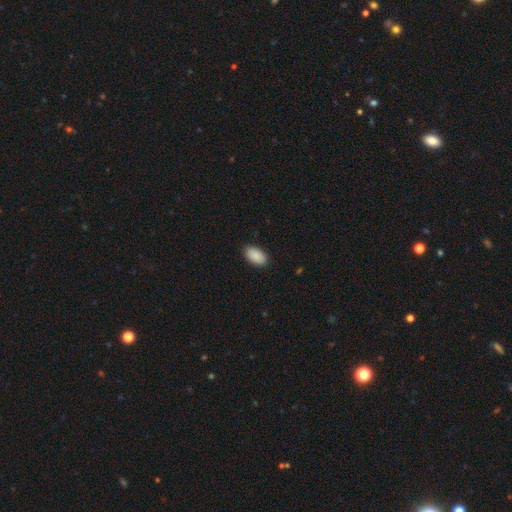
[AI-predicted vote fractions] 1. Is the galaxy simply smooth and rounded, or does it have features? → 90% smooth, 6% star or artifact, 4% featured or disk.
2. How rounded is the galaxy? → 95% in between, 4% round, 2% cigar-shaped.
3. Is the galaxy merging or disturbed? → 89% none, 8% minor disturbance, 2% major disturbance, 1% merger.